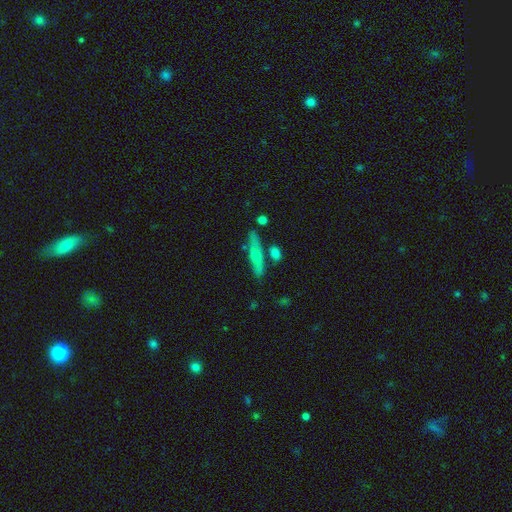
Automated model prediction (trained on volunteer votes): A smooth galaxy with no disk features (47%). Merging: none (75%).